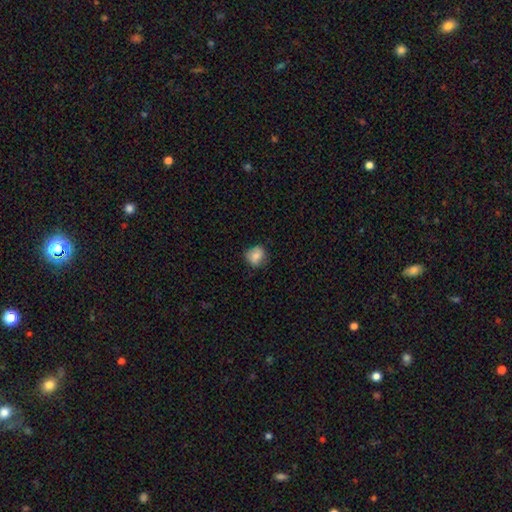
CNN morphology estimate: Smooth or featured? smooth (82%)
How rounded? round (72%)
Merging? none (74%)